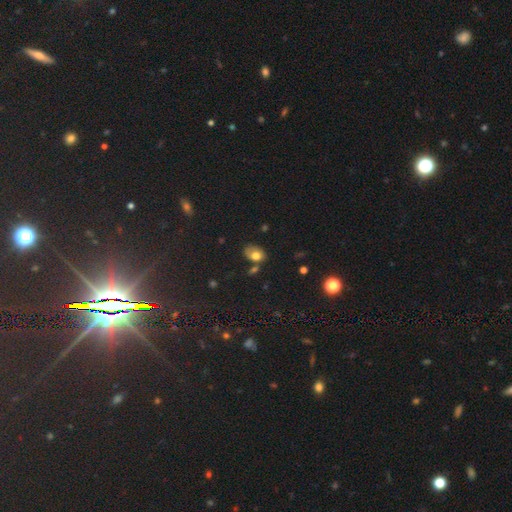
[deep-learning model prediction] This appears to be a smooth galaxy with no disk features (74%) that is in between round and cigar-shaped (76%). Merging: none (55%).